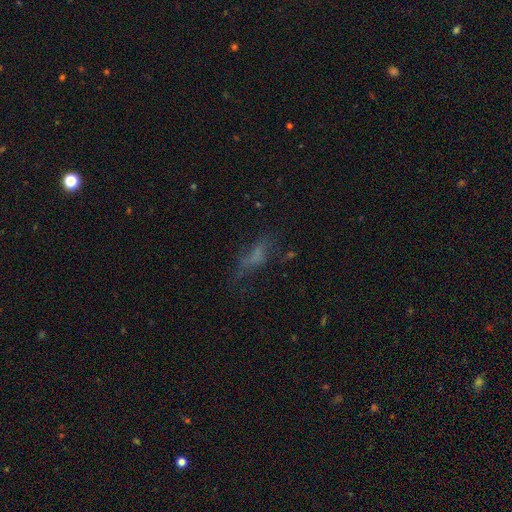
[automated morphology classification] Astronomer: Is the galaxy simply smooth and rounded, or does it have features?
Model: smooth — 47% (runner-up: featured or disk, 30%).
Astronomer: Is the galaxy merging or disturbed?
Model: none — 41% (runner-up: major disturbance, 32%).